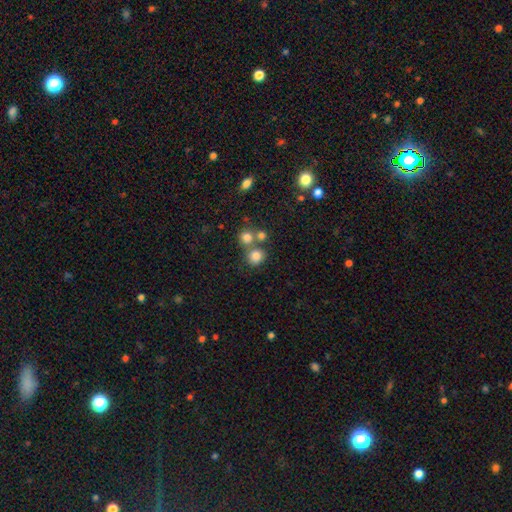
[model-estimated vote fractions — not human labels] Smooth or featured: smooth — 79% (star or artifact — 13%)
How rounded: round — 83% (in between — 16%)
Merging: none — 61% (merger — 27%)